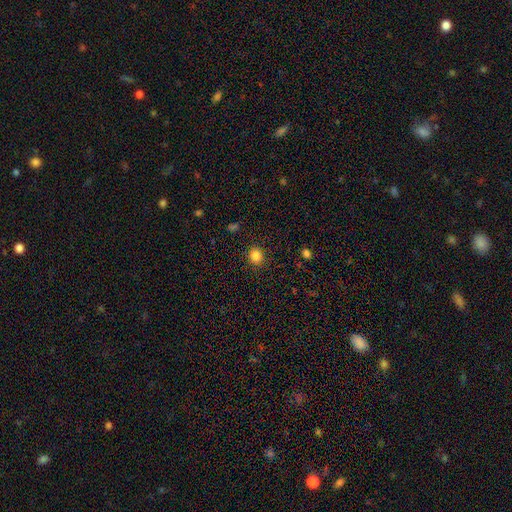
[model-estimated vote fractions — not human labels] A smooth galaxy with no disk features (84%) that is round (82%).

Vote fractions:
- Smooth or featured? smooth: 84% / star or artifact: 12% / featured or disk: 4%
- How rounded? round: 82% / in between: 17% / cigar-shaped: 1%
- Merging? none: 90% / minor disturbance: 7% / major disturbance: 2% / merger: 1%